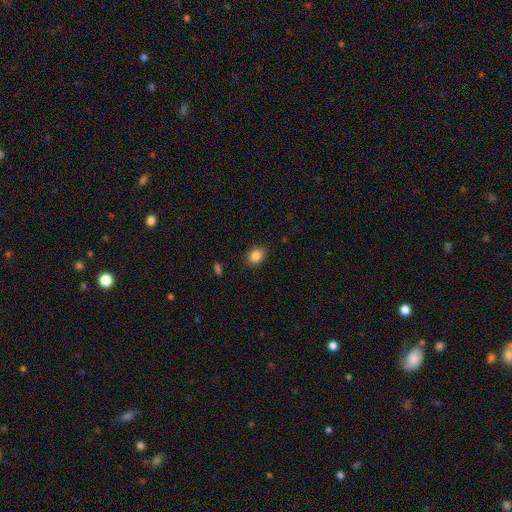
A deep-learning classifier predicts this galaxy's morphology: smooth_or_featured: smooth (p=0.85) [alt: star or artifact p=0.09]
how_rounded: in between (p=0.62) [alt: round p=0.37]
merging: none (p=0.87) [alt: minor disturbance p=0.10]